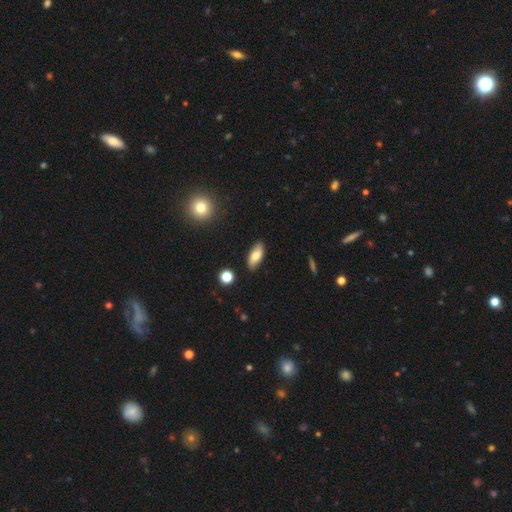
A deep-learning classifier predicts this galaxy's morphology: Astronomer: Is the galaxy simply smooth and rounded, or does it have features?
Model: smooth — 75%.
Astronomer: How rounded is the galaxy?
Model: in between — 83%.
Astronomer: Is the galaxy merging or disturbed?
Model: none — 86%.